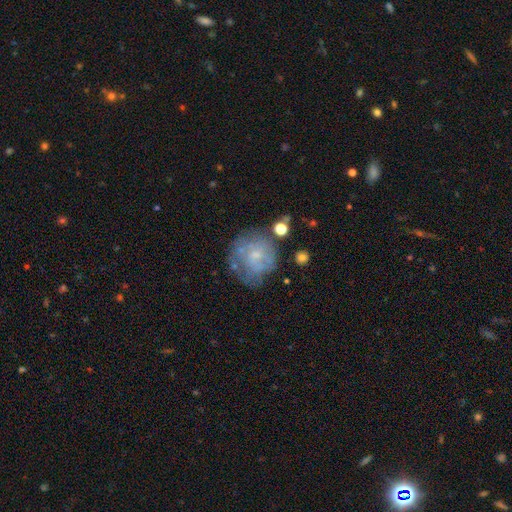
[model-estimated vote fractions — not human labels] A featured or disk galaxy (48%). Merging: none (53%).